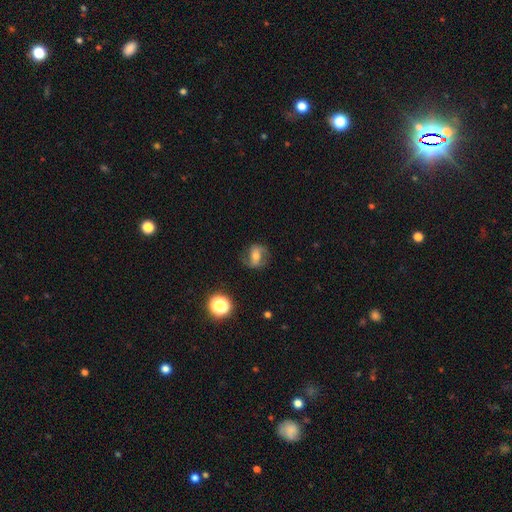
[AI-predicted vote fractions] Smooth or featured?
  - featured or disk: 52% *
  - smooth: 36%
  - star or artifact: 12%
Edge-on disk?
  - no: 95% *
  - yes: 5%
Merging?
  - none: 71% *
  - minor disturbance: 18%
  - major disturbance: 10%
  - merger: 2%